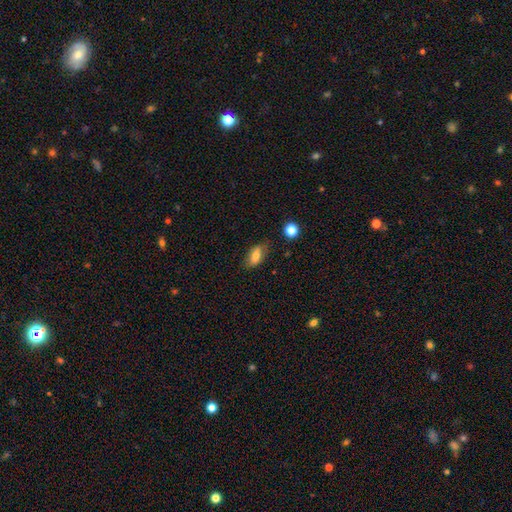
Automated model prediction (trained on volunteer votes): Q: Smooth or featured?
A: smooth (72%); runner-up: featured or disk (20%)
Q: How rounded?
A: in between (83%); runner-up: cigar-shaped (12%)
Q: Merging?
A: none (77%); runner-up: minor disturbance (17%)